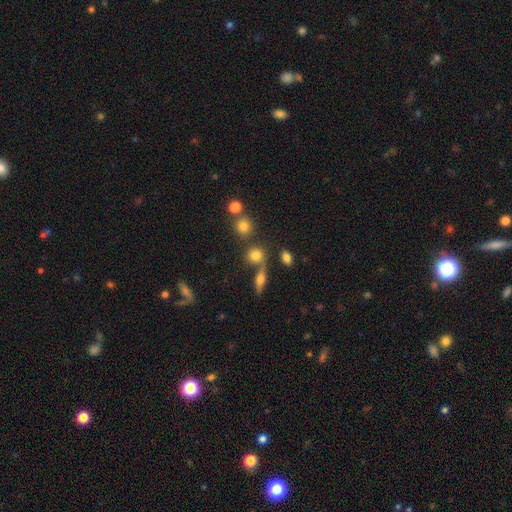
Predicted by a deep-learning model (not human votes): This appears to be a smooth galaxy with no disk features (74%) that is round (75%). Merging: none (63%).